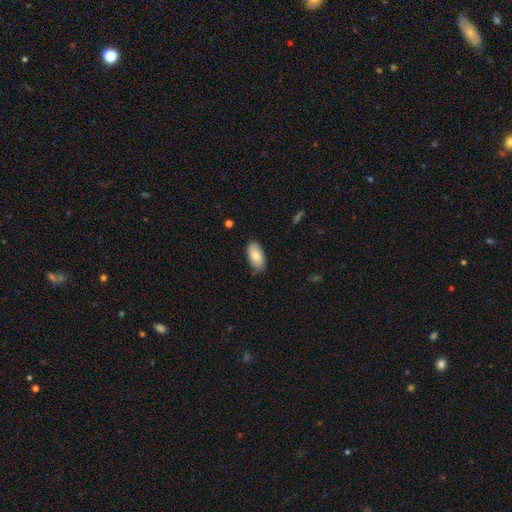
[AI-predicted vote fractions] This appears to be a smooth galaxy with no disk features (80%) that is in between round and cigar-shaped (94%). Merging: none (78%).